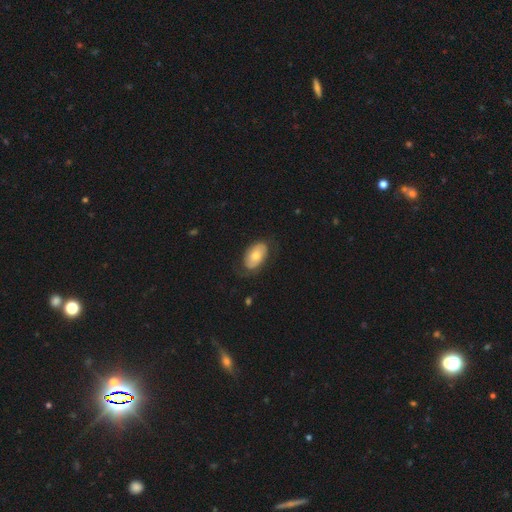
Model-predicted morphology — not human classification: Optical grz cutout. It shows a smooth galaxy with no disk features (58%) that is in between round and cigar-shaped (92%). Merging: none (72%).